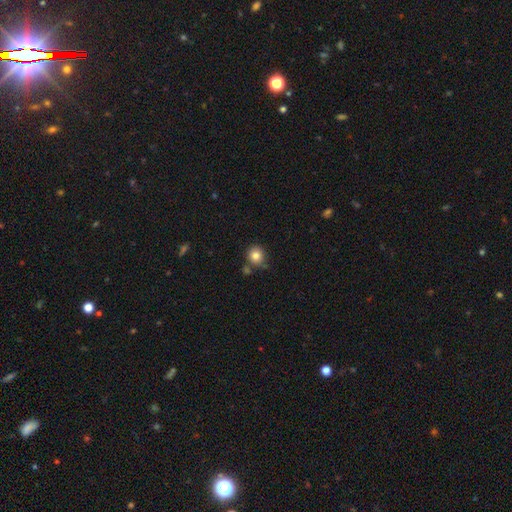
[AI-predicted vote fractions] smooth 82%, star or artifact 11%, featured or disk 8%. Down the decision tree: how rounded — round (88%); merging — none (72%).